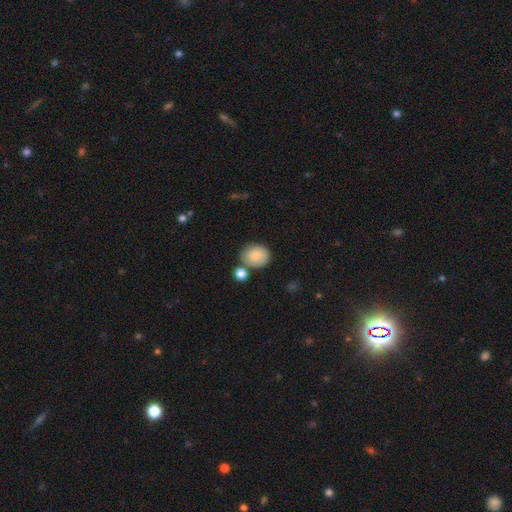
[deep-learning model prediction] smooth 86%, star or artifact 8%, featured or disk 7%. Down the decision tree: how rounded — round (71%); merging — none (71%).